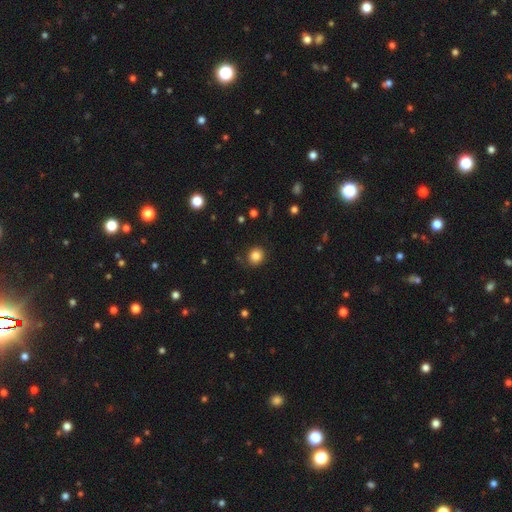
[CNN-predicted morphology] Smooth or featured: smooth — 83% (star or artifact — 11%)
How rounded: round — 86% (in between — 14%)
Merging: none — 86% (minor disturbance — 9%)